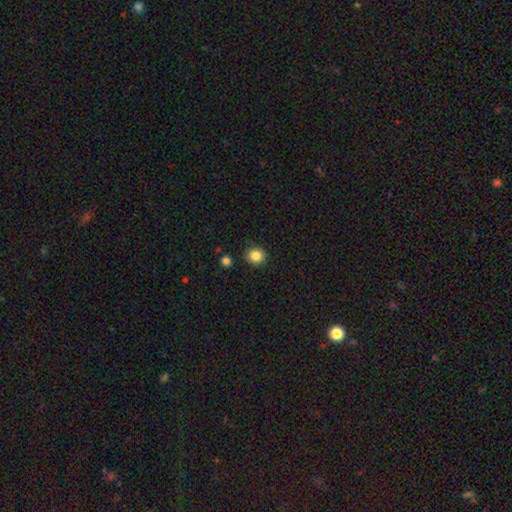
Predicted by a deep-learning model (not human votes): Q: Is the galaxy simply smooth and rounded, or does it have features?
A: smooth — 85%.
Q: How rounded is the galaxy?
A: round — 83%.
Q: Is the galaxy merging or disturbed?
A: none — 88%.